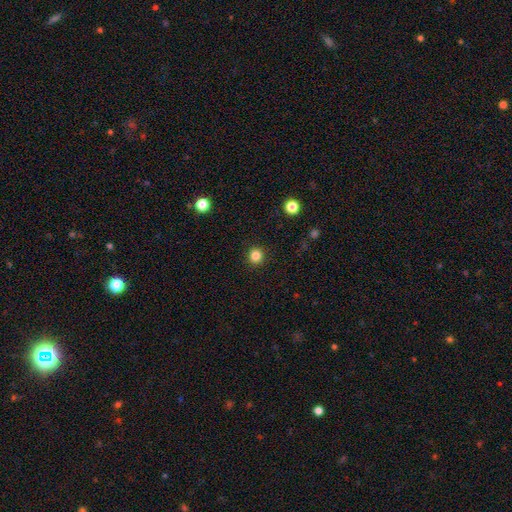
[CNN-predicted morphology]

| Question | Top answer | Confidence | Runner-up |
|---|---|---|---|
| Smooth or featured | smooth | 84% | star or artifact (12%) |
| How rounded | round | 92% | in between (7%) |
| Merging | none | 92% | minor disturbance (5%) |